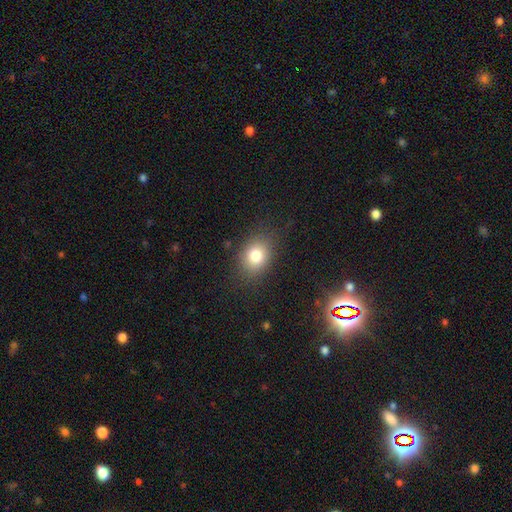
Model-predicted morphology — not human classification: The model was most divided on "how rounded": in between: 56%, round: 42%, cigar-shaped: 1%. More confident: merging — none (83%); smooth or featured — smooth (79%).